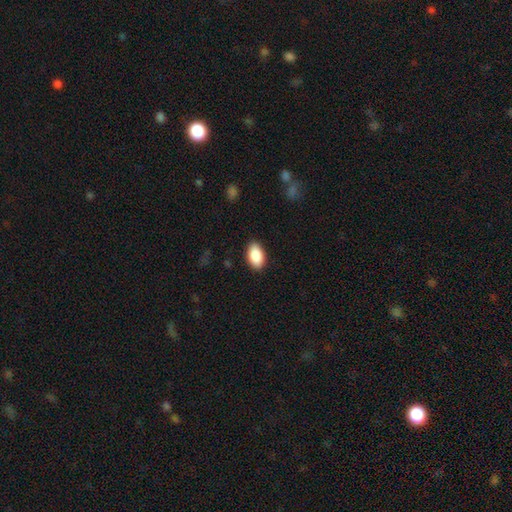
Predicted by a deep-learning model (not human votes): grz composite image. It shows a smooth galaxy with no disk features (89%) that is in between round and cigar-shaped (94%). Merging: none (88%).